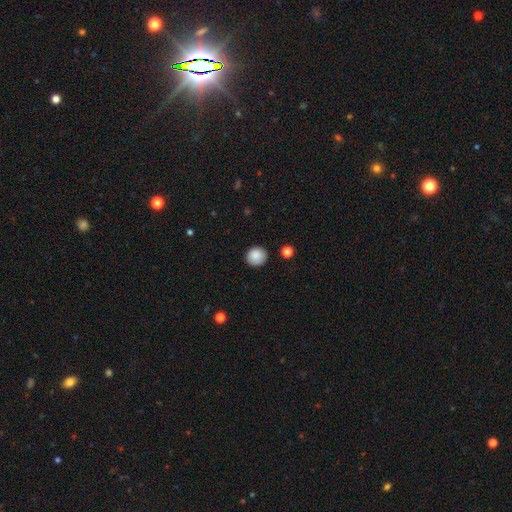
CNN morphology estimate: The model was most divided on "how rounded": round: 88%, in between: 11%, cigar-shaped: 1%. More confident: merging — none (89%); smooth or featured — smooth (88%).